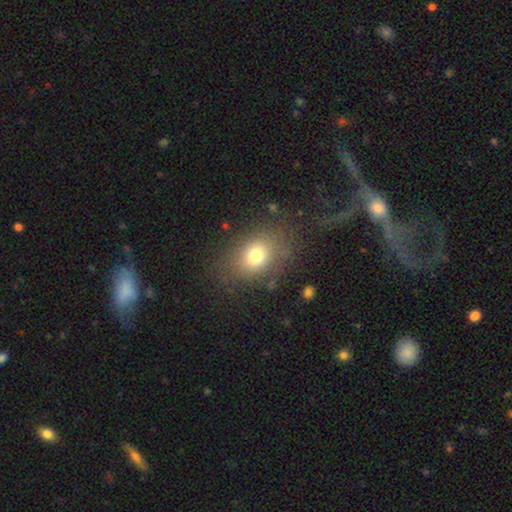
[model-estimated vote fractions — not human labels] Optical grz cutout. It shows a smooth galaxy with no disk features (74%) that is in between round and cigar-shaped (69%). Merging: none (77%).